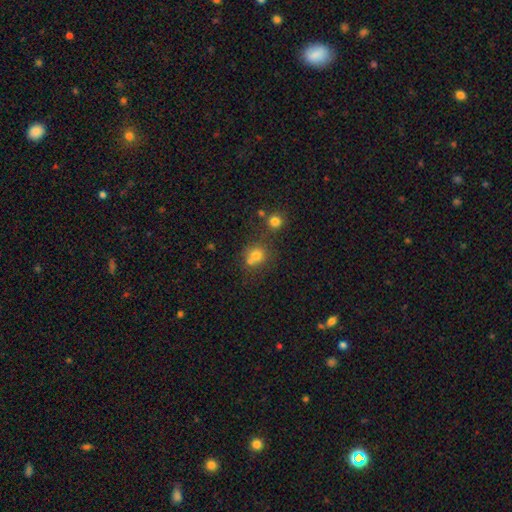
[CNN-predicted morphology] The model was most divided on "merging": none: 55%, merger: 32%, minor disturbance: 10%, major disturbance: 4%. More confident: how rounded — round (86%); smooth or featured — smooth (73%).